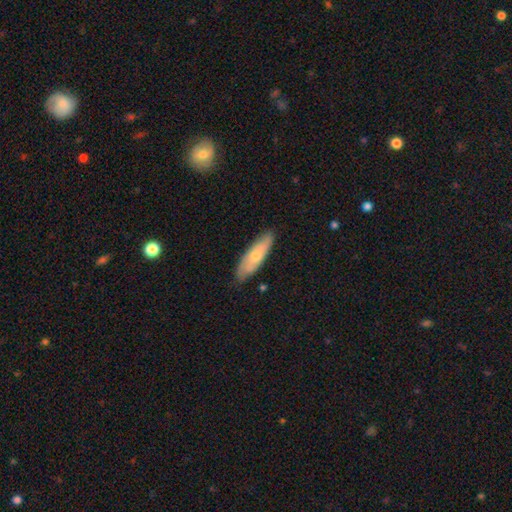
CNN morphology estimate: Q: Smooth or featured?
A: smooth (57%); runner-up: featured or disk (38%)
Q: How rounded?
A: cigar-shaped (51%); runner-up: in between (47%)
Q: Merging?
A: none (82%); runner-up: minor disturbance (14%)